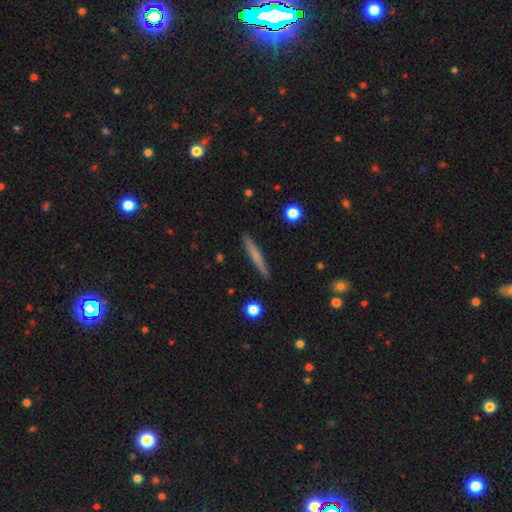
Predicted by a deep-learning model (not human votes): This appears to be a smooth galaxy with no disk features (64%) that is cigar-shaped (96%). Merging: none (91%).